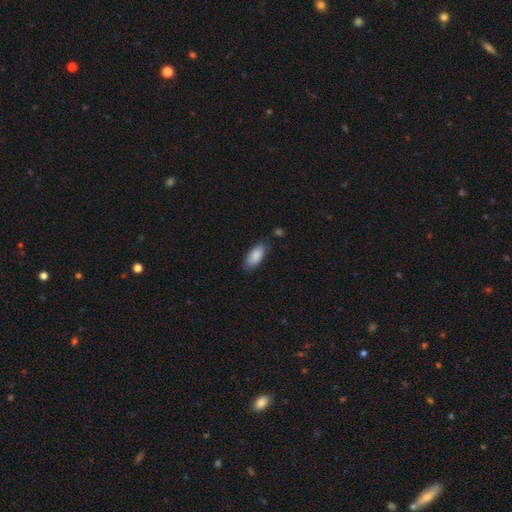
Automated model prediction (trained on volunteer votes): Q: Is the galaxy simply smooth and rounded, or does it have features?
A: smooth — 88%.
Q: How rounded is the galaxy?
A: in between — 90%.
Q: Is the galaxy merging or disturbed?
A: none — 77%.